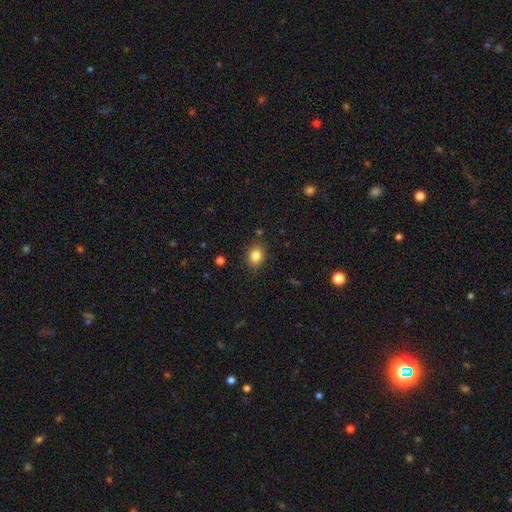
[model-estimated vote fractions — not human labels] This is clearly a smooth galaxy (84%). How rounded: possibly in between (53%). Merging: clearly none (84%).